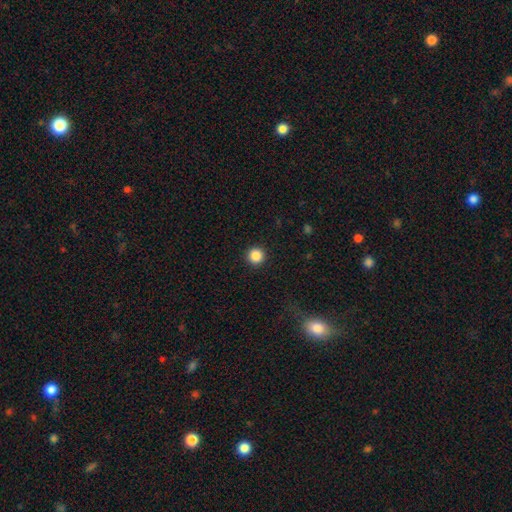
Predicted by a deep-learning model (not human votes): Morphology: type=smooth (86%); roundness=round (96%); merging=none (93%).